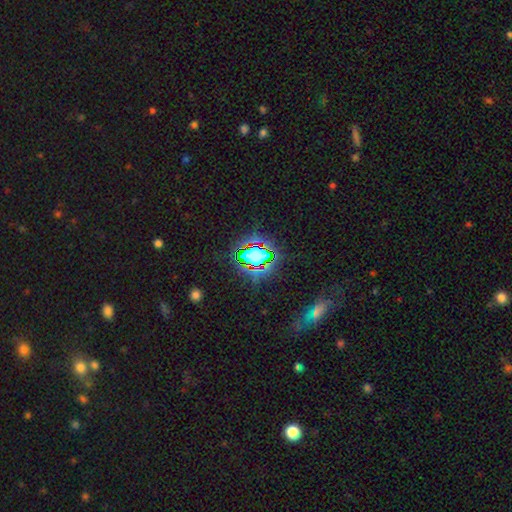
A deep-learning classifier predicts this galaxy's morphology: star or artifact 68%, smooth 21%, featured or disk 11%.